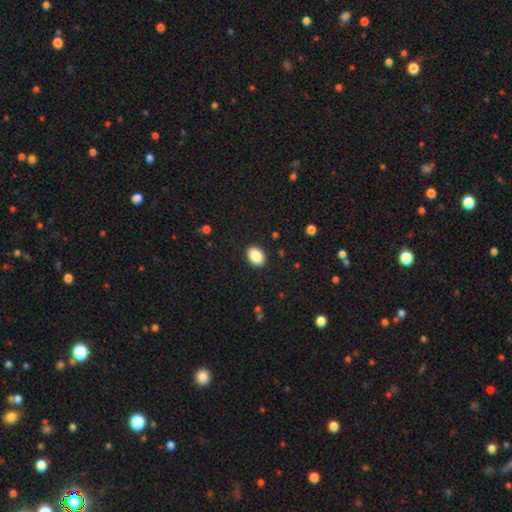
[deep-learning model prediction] smooth 88%, star or artifact 8%, featured or disk 4%. Down the decision tree: how rounded — in between (80%); merging — none (90%).